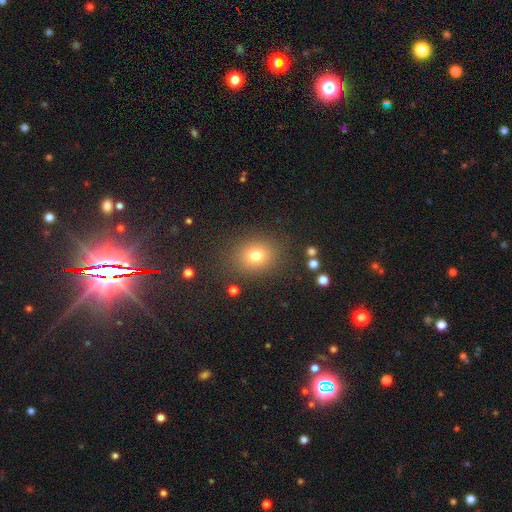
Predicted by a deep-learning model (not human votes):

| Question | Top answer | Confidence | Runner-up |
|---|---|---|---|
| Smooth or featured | smooth | 75% | star or artifact (15%) |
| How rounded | round | 65% | in between (34%) |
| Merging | none | 84% | minor disturbance (10%) |